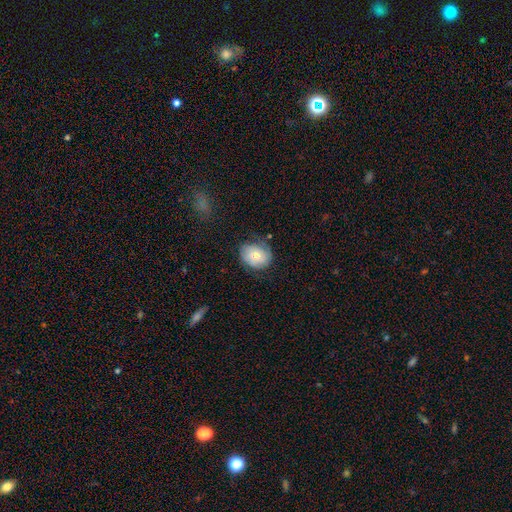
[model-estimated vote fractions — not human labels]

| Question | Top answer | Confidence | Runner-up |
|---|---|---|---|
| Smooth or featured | smooth | 66% | featured or disk (26%) |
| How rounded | round | 61% | in between (39%) |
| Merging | none | 60% | minor disturbance (28%) |